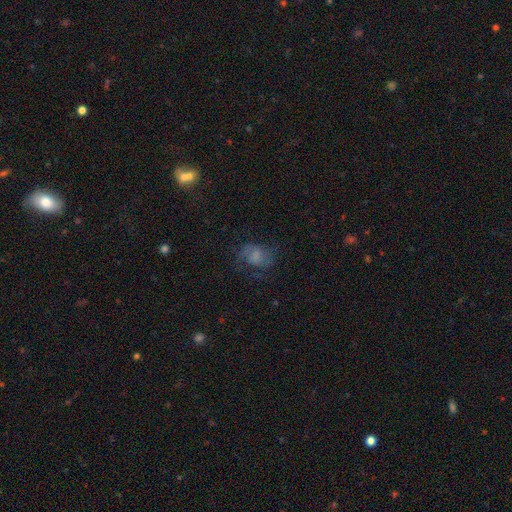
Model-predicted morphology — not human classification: Smooth or featured: smooth — 46% (featured or disk — 39%)
Merging: none — 54% (major disturbance — 23%)